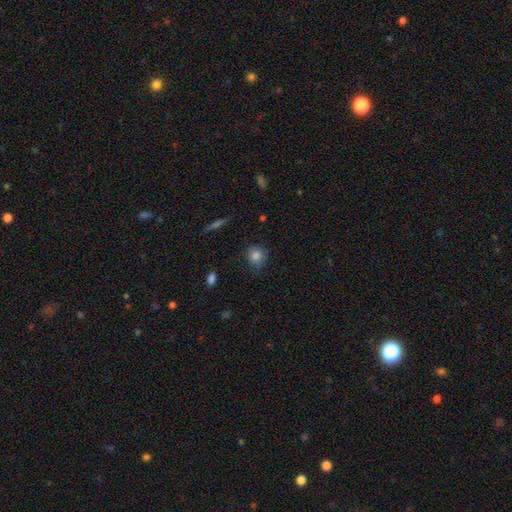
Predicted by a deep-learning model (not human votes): smooth 83%, star or artifact 10%, featured or disk 7%. Down the decision tree: how rounded — round (82%); merging — none (73%).